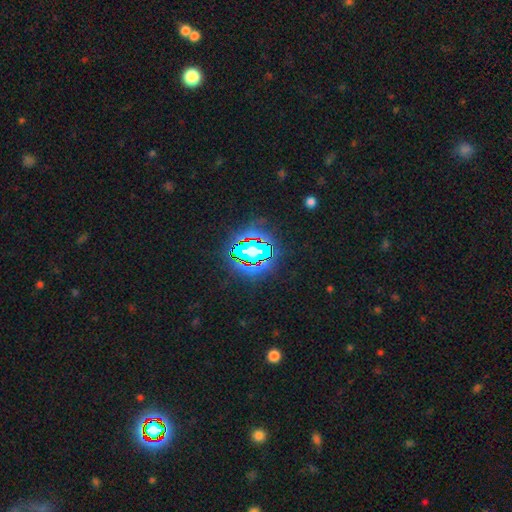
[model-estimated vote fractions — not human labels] This is likely a star or artifact rather than a galaxy (79%).